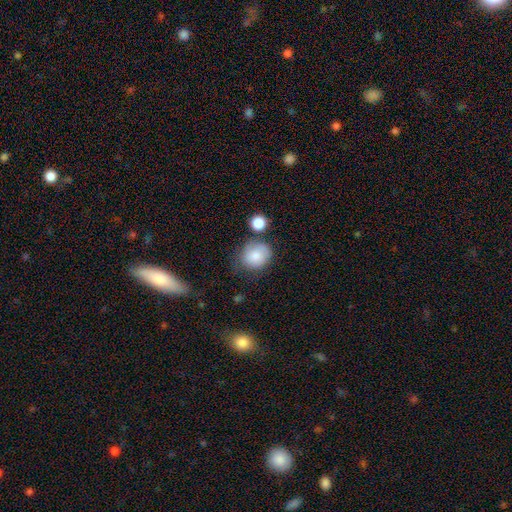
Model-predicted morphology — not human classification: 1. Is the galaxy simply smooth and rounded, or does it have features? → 81% smooth, 11% featured or disk, 8% star or artifact.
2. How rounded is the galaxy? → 72% round, 28% in between, 1% cigar-shaped.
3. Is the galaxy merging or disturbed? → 55% none, 25% minor disturbance, 10% merger, 10% major disturbance.